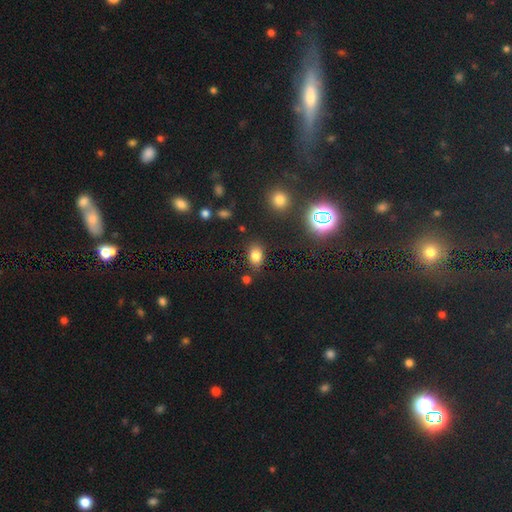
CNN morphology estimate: A smooth galaxy with no disk features (77%) that is in between round and cigar-shaped (73%).

Vote fractions:
- Smooth or featured? smooth: 77% / star or artifact: 16% / featured or disk: 8%
- How rounded? in between: 73% / round: 26% / cigar-shaped: 1%
- Merging? none: 81% / minor disturbance: 13% / merger: 4% / major disturbance: 3%